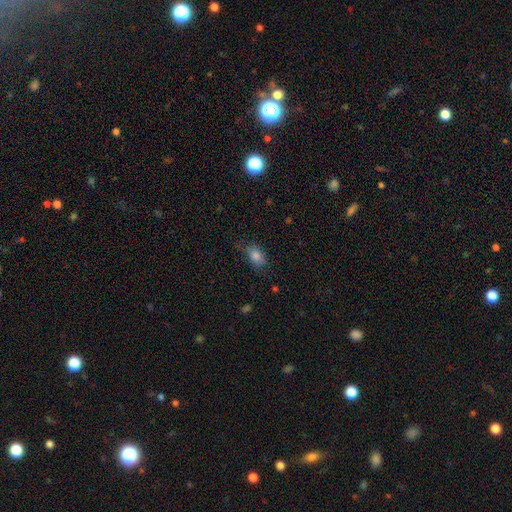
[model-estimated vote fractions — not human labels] Smooth or featured?
  - smooth: 80% *
  - star or artifact: 12%
  - featured or disk: 9%
How rounded?
  - in between: 83% *
  - round: 14%
  - cigar-shaped: 3%
Merging?
  - none: 70% *
  - minor disturbance: 22%
  - major disturbance: 7%
  - merger: 1%